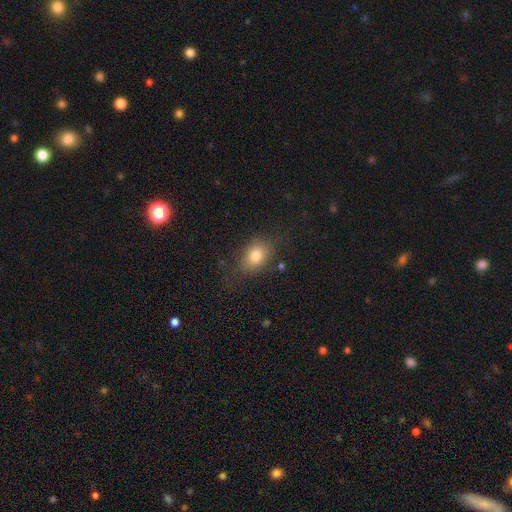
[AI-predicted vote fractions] smooth 78%, featured or disk 11%, star or artifact 11%. Down the decision tree: how rounded — in between (67%); merging — none (74%).